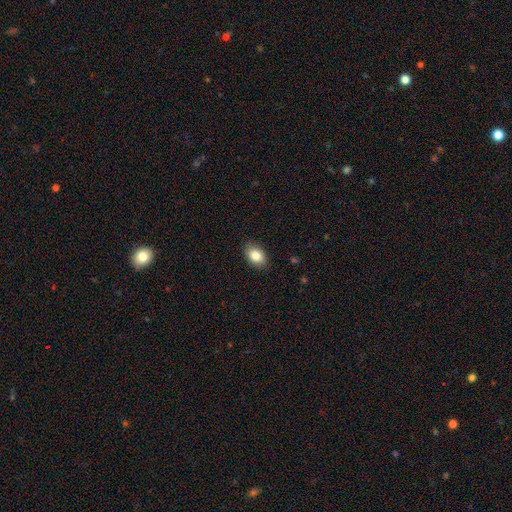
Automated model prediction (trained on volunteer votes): A smooth galaxy with no disk features (85%) that is in between round and cigar-shaped (82%). Merging: none (88%).